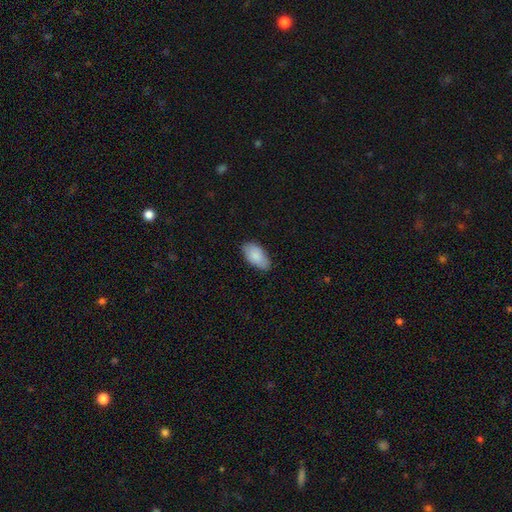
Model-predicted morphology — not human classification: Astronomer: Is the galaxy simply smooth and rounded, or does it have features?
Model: smooth — 85%.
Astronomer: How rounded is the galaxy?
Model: in between — 95%.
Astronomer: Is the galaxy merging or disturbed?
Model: none — 81%.